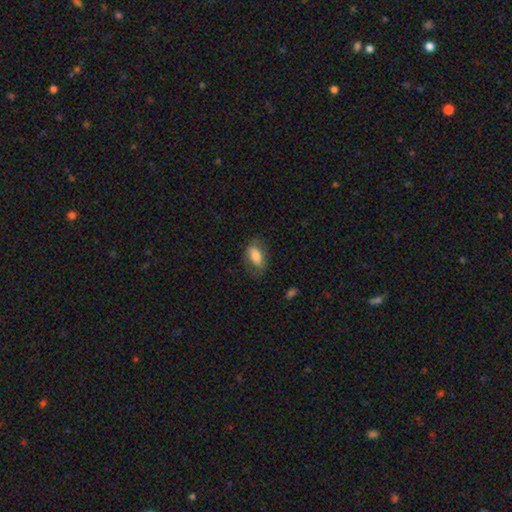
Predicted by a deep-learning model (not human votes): A smooth galaxy with no disk features (75%) that is in between round and cigar-shaped (83%). Merging: none (68%).